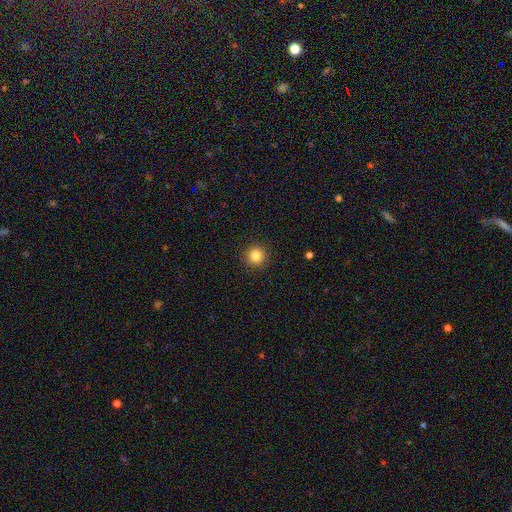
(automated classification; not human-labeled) Smooth or featured?
  - smooth: 83% *
  - star or artifact: 12%
  - featured or disk: 5%
How rounded?
  - round: 95% *
  - in between: 4%
  - cigar-shaped: 1%
Merging?
  - none: 92% *
  - minor disturbance: 5%
  - major disturbance: 2%
  - merger: 1%